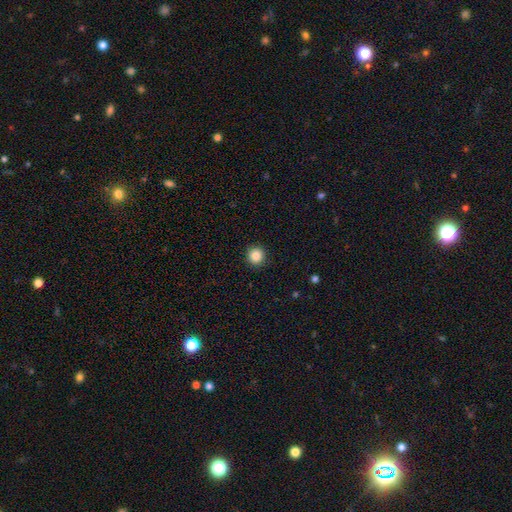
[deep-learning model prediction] This is clearly a smooth galaxy (86%). How rounded: clearly round (93%). Merging: clearly none (92%).